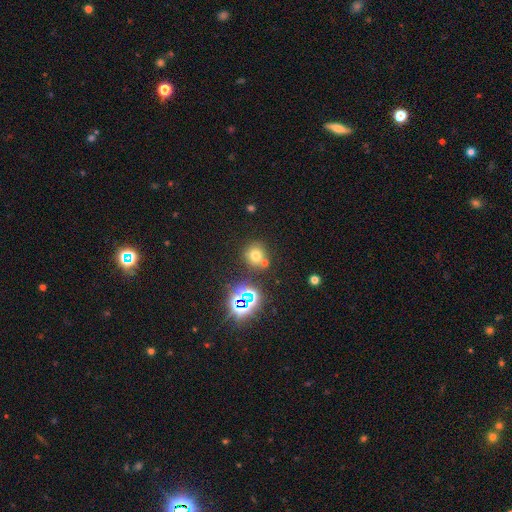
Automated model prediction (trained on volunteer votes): Q: Smooth or featured?
A: smooth (63%); runner-up: star or artifact (26%)
Q: How rounded?
A: round (88%); runner-up: in between (11%)
Q: Merging?
A: none (69%); runner-up: merger (17%)